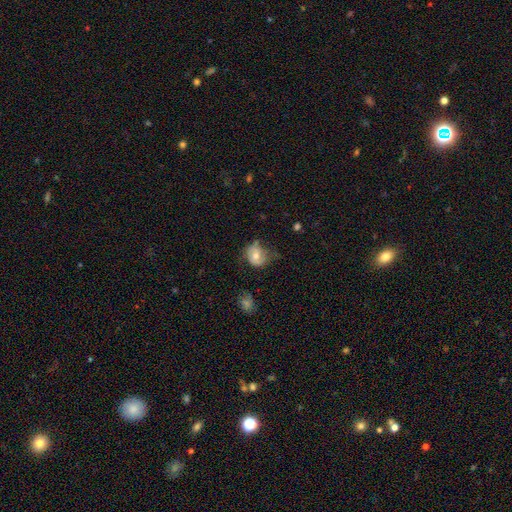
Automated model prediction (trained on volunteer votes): Overall: smooth (53%; featured or disk 39%). How rounded: round (63%; in between 36%). Merging: none (53%; minor disturbance 31%).